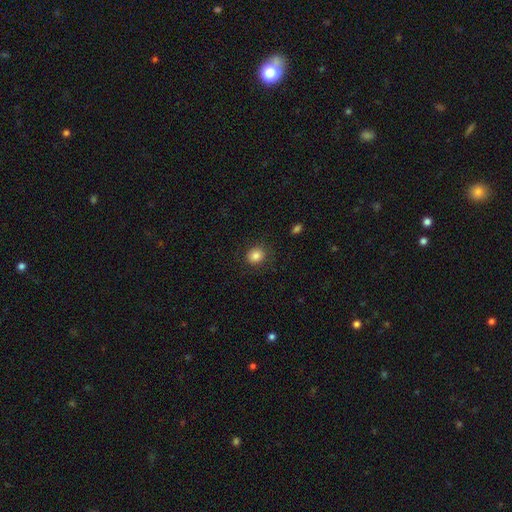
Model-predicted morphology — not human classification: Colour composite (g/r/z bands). It shows a smooth galaxy with no disk features (83%) that is round (81%). Merging: none (85%).